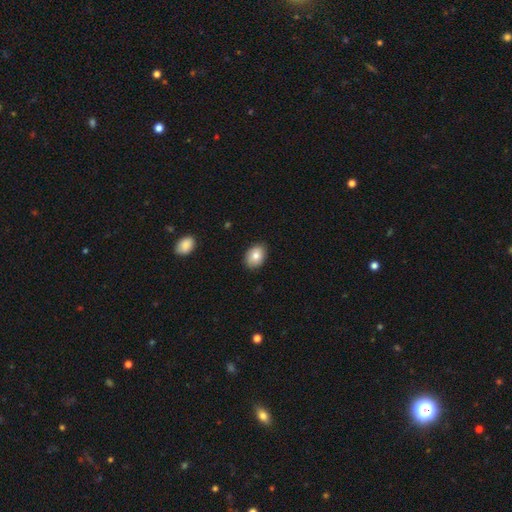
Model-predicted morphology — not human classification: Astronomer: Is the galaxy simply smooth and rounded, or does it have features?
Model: smooth — 81%.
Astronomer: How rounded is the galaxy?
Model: in between — 74%.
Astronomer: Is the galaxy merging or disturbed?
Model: none — 86%.